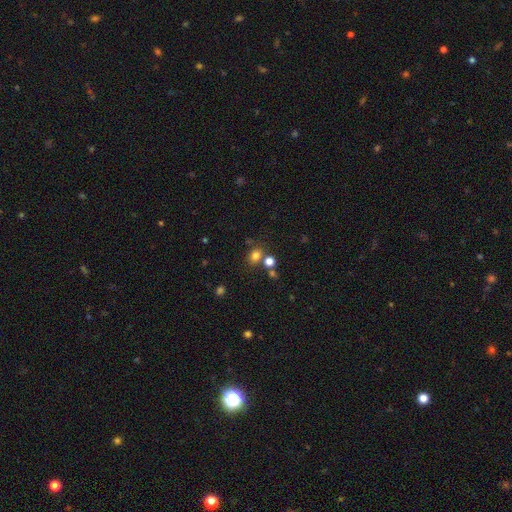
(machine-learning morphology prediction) smooth_or_featured: smooth (p=0.76) [alt: star or artifact p=0.17]
how_rounded: round (p=0.57) [alt: in between p=0.42]
merging: none (p=0.68) [alt: merger p=0.16]